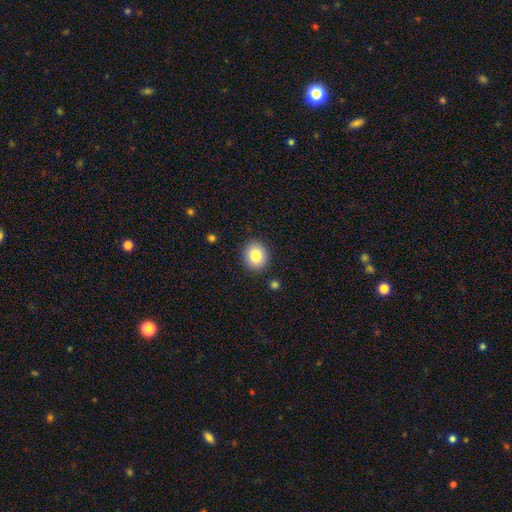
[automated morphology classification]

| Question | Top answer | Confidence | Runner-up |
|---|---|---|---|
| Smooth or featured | smooth | 85% | star or artifact (8%) |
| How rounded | round | 77% | in between (23%) |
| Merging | none | 88% | minor disturbance (8%) |